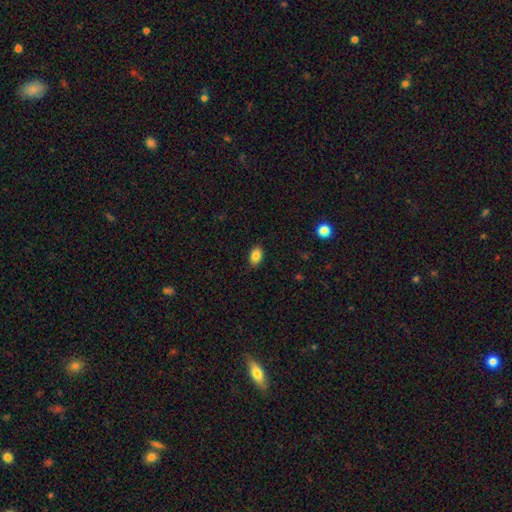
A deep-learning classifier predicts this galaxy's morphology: Smooth or featured?
  - smooth: 85% *
  - star or artifact: 9%
  - featured or disk: 6%
How rounded?
  - in between: 83% *
  - round: 16%
  - cigar-shaped: 1%
Merging?
  - none: 86% *
  - minor disturbance: 11%
  - major disturbance: 2%
  - merger: 1%